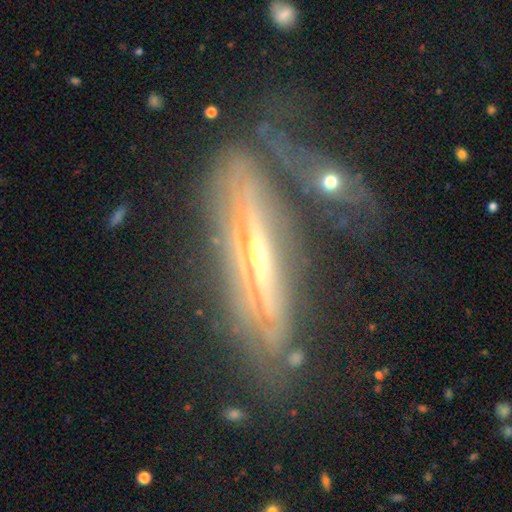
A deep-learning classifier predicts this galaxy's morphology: Q: Smooth or featured?
A: featured or disk (80%); runner-up: smooth (13%)
Q: Edge-on disk?
A: yes (73%); runner-up: no (27%)
Q: Edge-on bulge?
A: rounded (65%); runner-up: none (28%)
Q: Merging?
A: none (52%); runner-up: minor disturbance (22%)